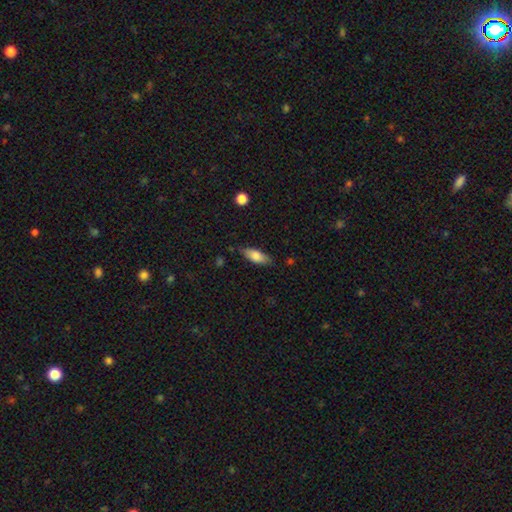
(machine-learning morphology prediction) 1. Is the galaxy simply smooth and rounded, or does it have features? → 79% smooth, 15% featured or disk, 6% star or artifact.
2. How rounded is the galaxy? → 75% in between, 23% cigar-shaped, 2% round.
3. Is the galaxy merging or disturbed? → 76% none, 18% minor disturbance, 4% major disturbance, 2% merger.